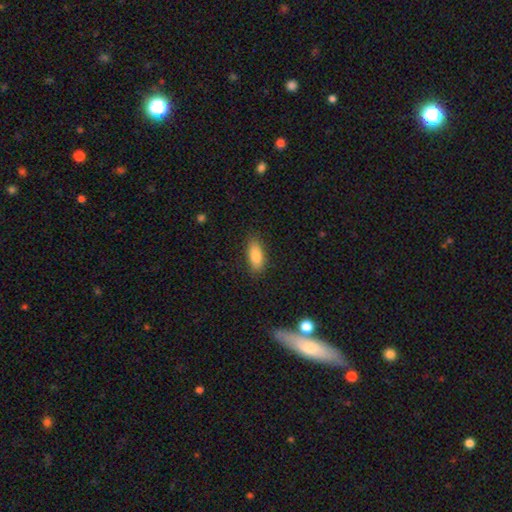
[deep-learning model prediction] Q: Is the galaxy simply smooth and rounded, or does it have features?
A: smooth — 86%.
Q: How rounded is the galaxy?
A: in between — 81%.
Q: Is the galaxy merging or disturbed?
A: none — 84%.